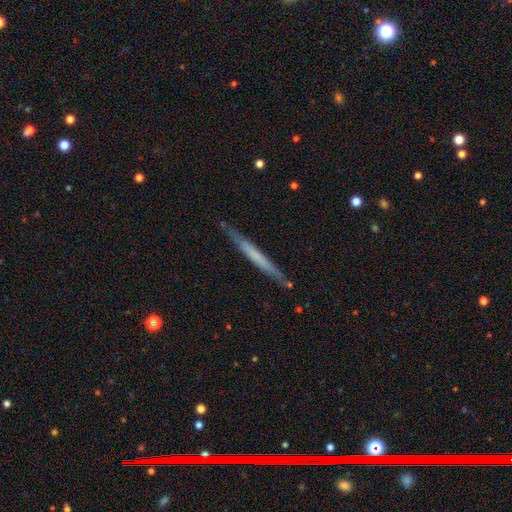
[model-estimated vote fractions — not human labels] Smooth or featured? Predicted: featured or disk (p=0.48). Merging? Predicted: none (p=0.85).